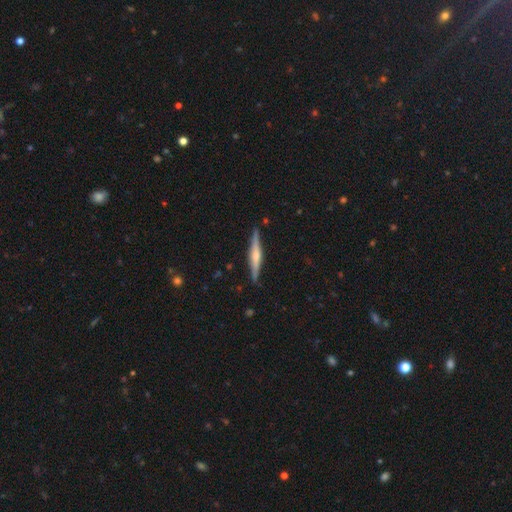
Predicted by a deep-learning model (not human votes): This is likely a featured or disk galaxy (68%). It is clearly viewed edge-on (98%). Edge-on bulge: likely rounded (70%). Merging: clearly none (89%).